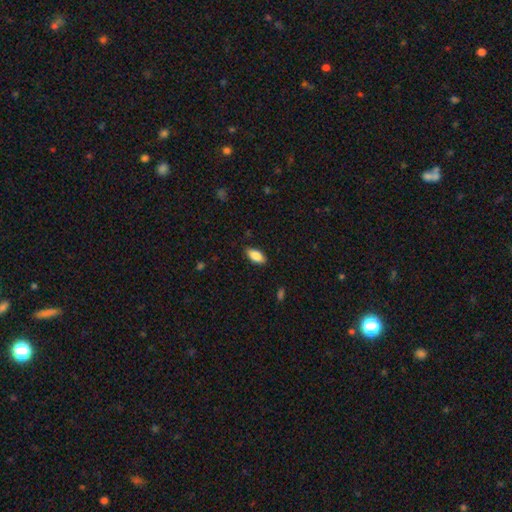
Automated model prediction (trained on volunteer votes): Overall: smooth (85%). How rounded: in between (90%). Merging: none (86%).